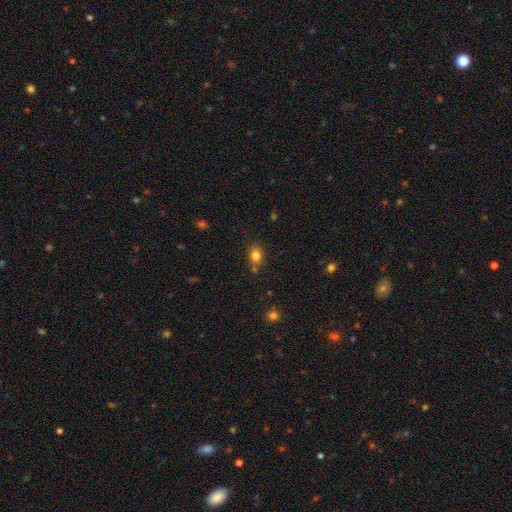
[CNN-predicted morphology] type=smooth (81%); roundness=in between (57%); merging=none (74%).